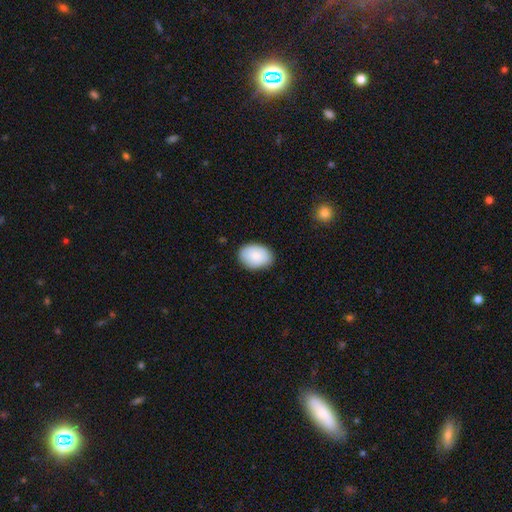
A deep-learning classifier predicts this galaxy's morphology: smooth-or-featured: smooth: 87% | featured or disk: 7% | star or artifact: 6%
  how-rounded: in between: 82% | round: 17% | cigar-shaped: 1%
  merging: none: 86% | minor disturbance: 11% | major disturbance: 2% | merger: 1%